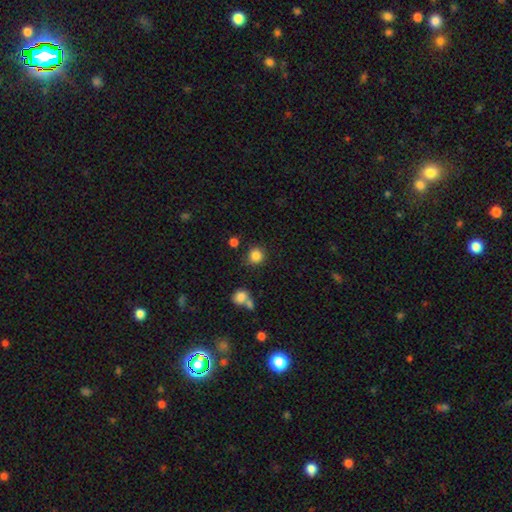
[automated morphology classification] A smooth galaxy with no disk features (85%) that is round (91%).

Vote fractions:
- Smooth or featured? smooth: 85% / star or artifact: 11% / featured or disk: 4%
- How rounded? round: 91% / in between: 8% / cigar-shaped: 1%
- Merging? none: 82% / minor disturbance: 10% / merger: 5% / major disturbance: 3%